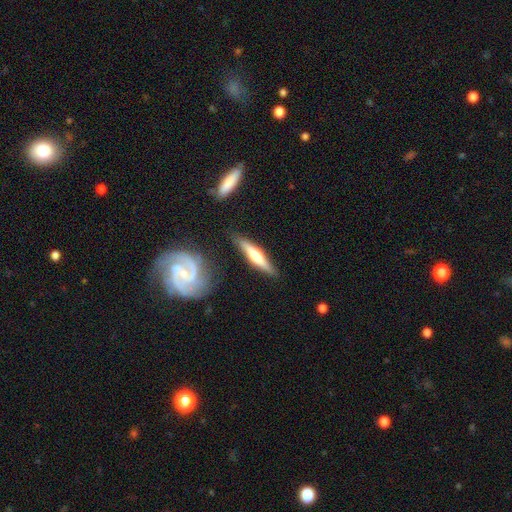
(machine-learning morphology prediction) Q: Smooth or featured?
A: featured or disk (50%); runner-up: smooth (45%)
Q: Merging?
A: none (83%); runner-up: minor disturbance (12%)